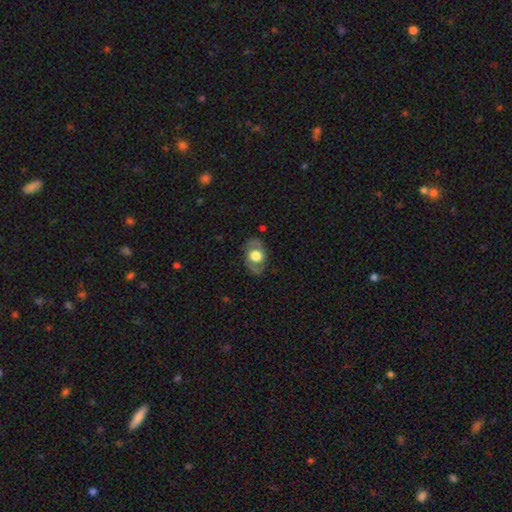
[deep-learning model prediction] Morphology: type=featured or disk (52%); edge-on=no (90%); merging=none (77%).